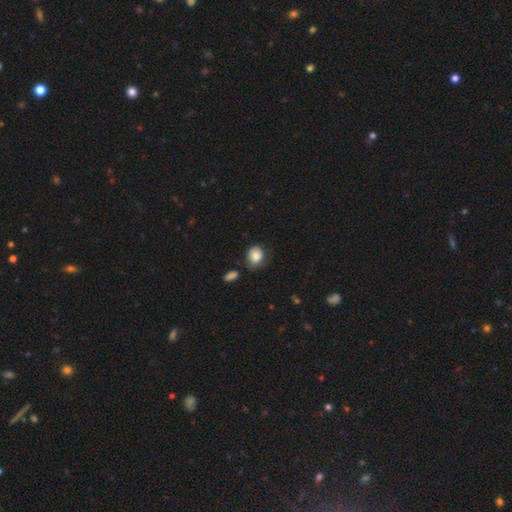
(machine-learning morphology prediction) A smooth galaxy with no disk features (86%) that is round (54%).

Vote fractions:
- Smooth or featured? smooth: 86% / star or artifact: 8% / featured or disk: 6%
- How rounded? round: 54% / in between: 44% / cigar-shaped: 1%
- Merging? none: 60% / minor disturbance: 28% / major disturbance: 7% / merger: 5%